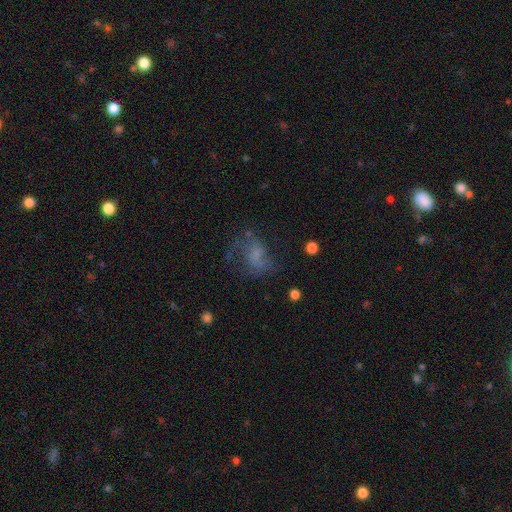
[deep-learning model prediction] This appears to be a smooth galaxy with no disk features (42%). Merging: none (44%).